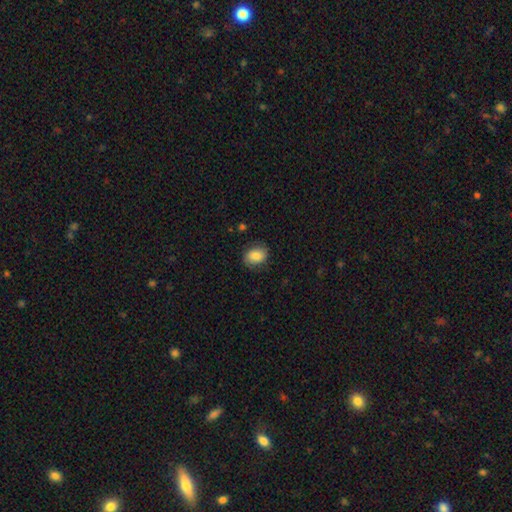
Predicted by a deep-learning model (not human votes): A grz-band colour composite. It shows a smooth galaxy with no disk features (79%) that is in between round and cigar-shaped (63%). Merging: none (78%).